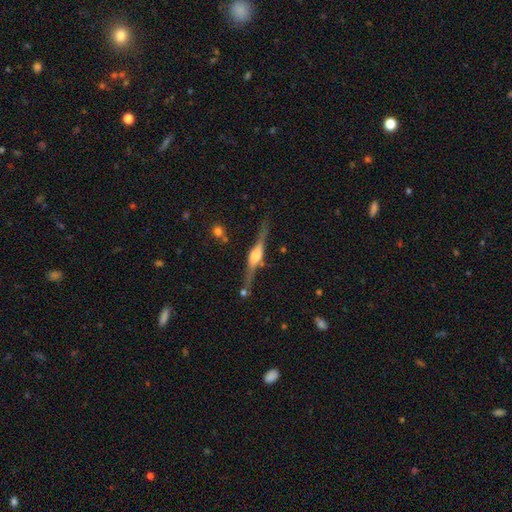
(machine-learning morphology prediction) type=featured or disk (84%); edge-on=yes (97%); edge-on bulge=rounded (85%); merging=none (81%).